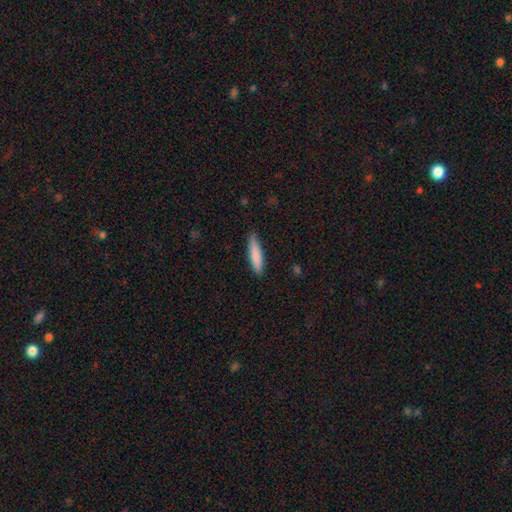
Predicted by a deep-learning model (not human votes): smooth-or-featured: smooth: 83% | featured or disk: 11% | star or artifact: 6%
  how-rounded: cigar-shaped: 81% | in between: 18% | round: 1%
  merging: none: 83% | minor disturbance: 13% | major disturbance: 2% | merger: 1%